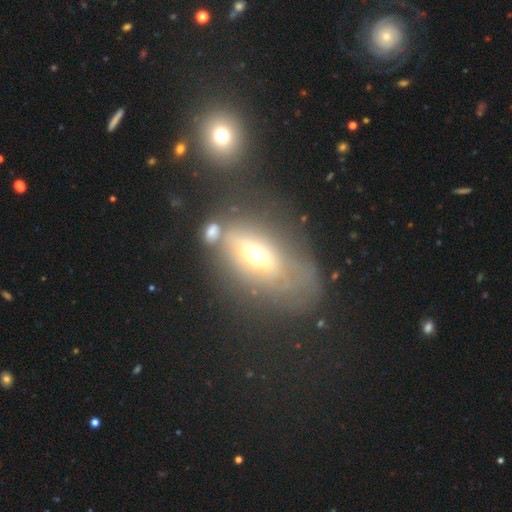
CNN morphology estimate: Smooth or featured: featured or disk — 46% (smooth — 40%)
Merging: none — 49% (minor disturbance — 21%)